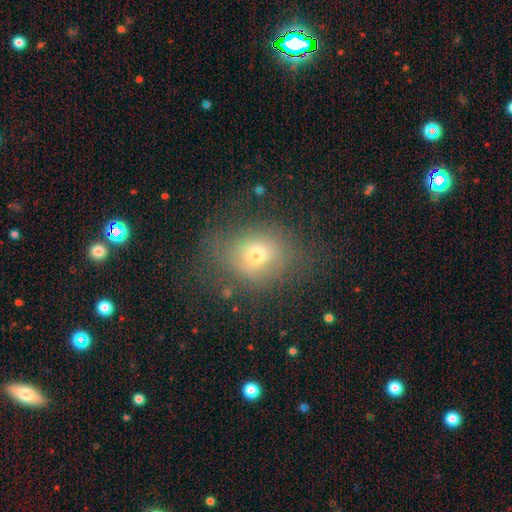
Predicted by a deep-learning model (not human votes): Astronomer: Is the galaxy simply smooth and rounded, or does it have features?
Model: smooth — 63%.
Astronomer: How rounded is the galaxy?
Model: round — 54% (runner-up: in between, 45%).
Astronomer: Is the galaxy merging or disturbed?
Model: none — 68%.